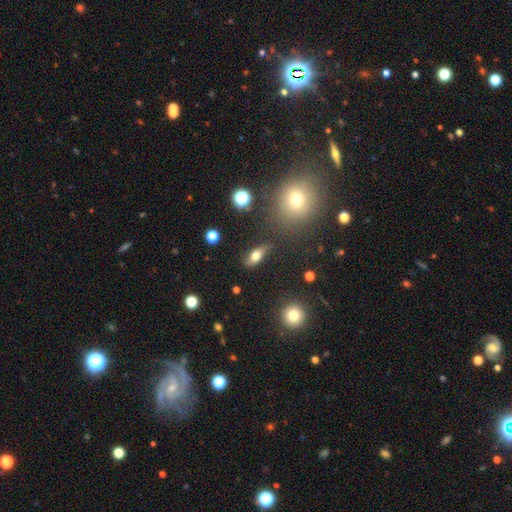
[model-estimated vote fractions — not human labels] Smooth or featured?
  - smooth: 59% *
  - featured or disk: 31%
  - star or artifact: 10%
How rounded?
  - in between: 67% *
  - cigar-shaped: 24%
  - round: 9%
Merging?
  - none: 73% *
  - minor disturbance: 17%
  - major disturbance: 6%
  - merger: 4%